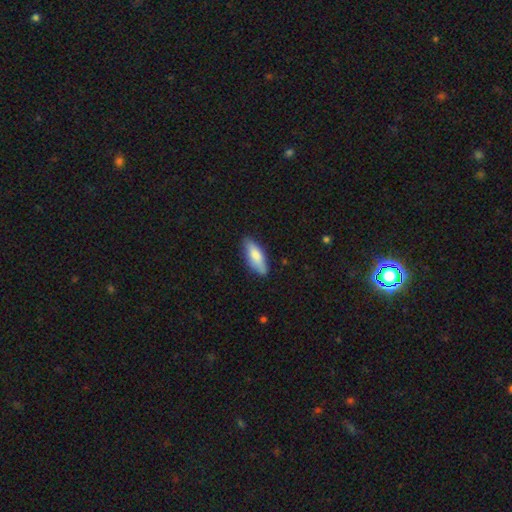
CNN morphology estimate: smooth 78%, featured or disk 17%, star or artifact 6%. Down the decision tree: how rounded — in between (65%); merging — none (80%).